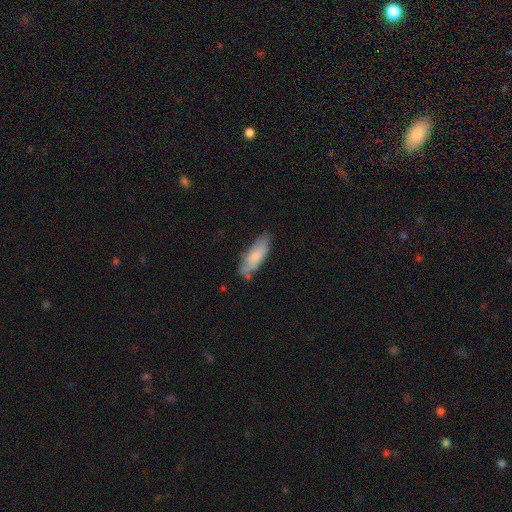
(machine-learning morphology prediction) Smooth or featured: smooth — 75% (featured or disk — 19%)
How rounded: in between — 65% (cigar-shaped — 34%)
Merging: none — 60% (minor disturbance — 28%)